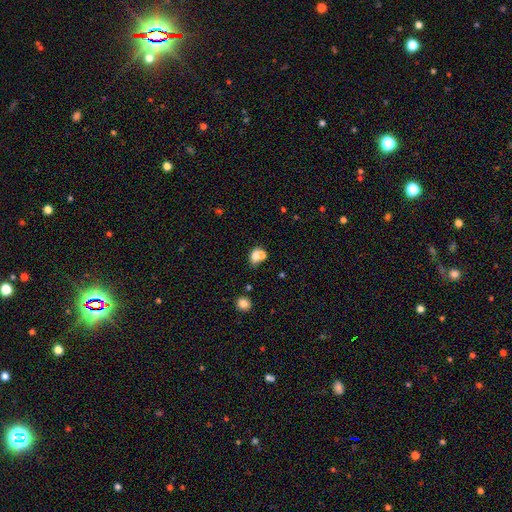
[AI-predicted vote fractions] Smooth or featured? smooth (68%)
How rounded? in between (50%)
Merging? merger (54%)